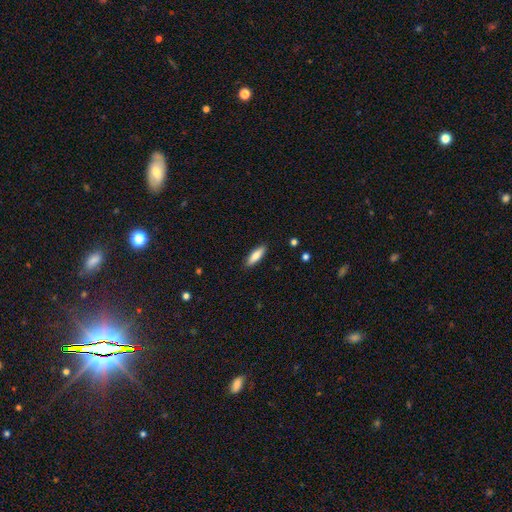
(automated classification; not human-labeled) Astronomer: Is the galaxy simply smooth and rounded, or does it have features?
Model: smooth — 80%.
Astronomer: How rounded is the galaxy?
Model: cigar-shaped — 50% (runner-up: in between, 48%).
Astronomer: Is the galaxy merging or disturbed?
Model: none — 89%.